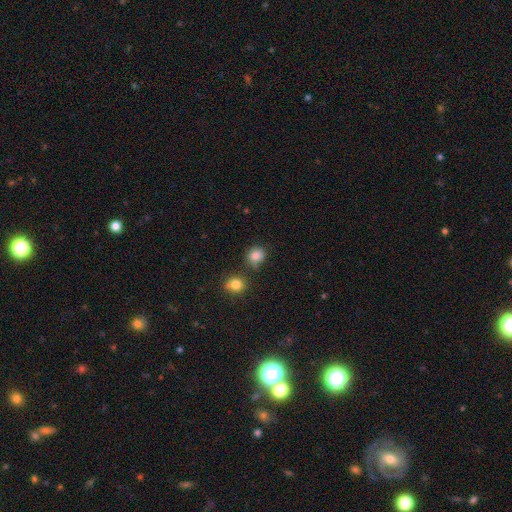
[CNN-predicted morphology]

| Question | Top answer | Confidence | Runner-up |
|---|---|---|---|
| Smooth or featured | smooth | 83% | star or artifact (12%) |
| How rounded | round | 81% | in between (18%) |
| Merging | none | 70% | minor disturbance (15%) |